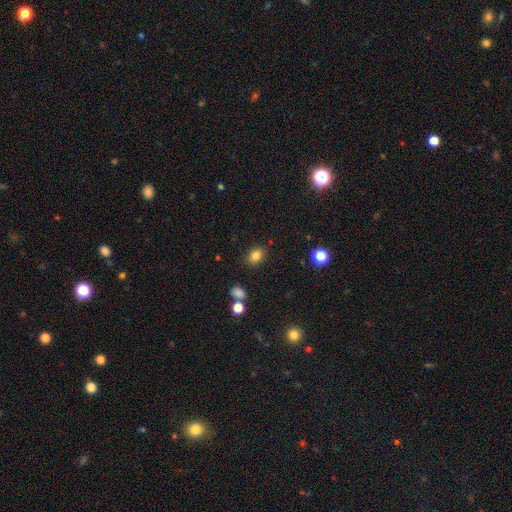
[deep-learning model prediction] This is clearly a smooth galaxy (81%). How rounded: possibly in between (58%). Merging: clearly none (85%).